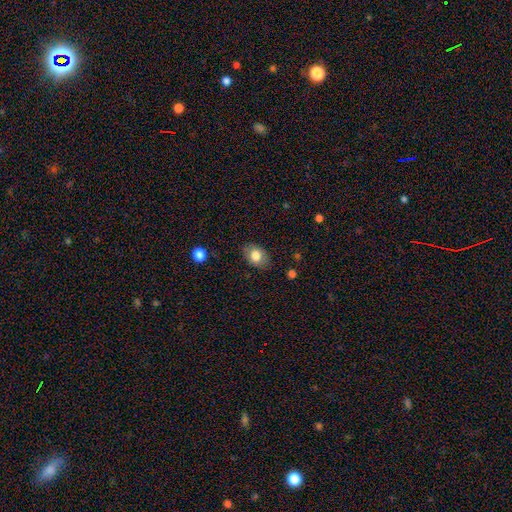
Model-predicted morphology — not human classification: Smooth or featured? smooth (80%)
How rounded? in between (74%)
Merging? none (83%)